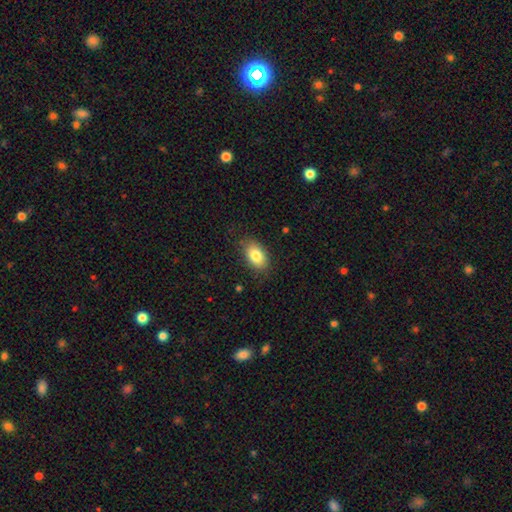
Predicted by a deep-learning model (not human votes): Smooth or featured?
  - smooth: 82% *
  - featured or disk: 10%
  - star or artifact: 8%
How rounded?
  - in between: 90% *
  - round: 8%
  - cigar-shaped: 2%
Merging?
  - none: 82% *
  - minor disturbance: 14%
  - major disturbance: 3%
  - merger: 1%